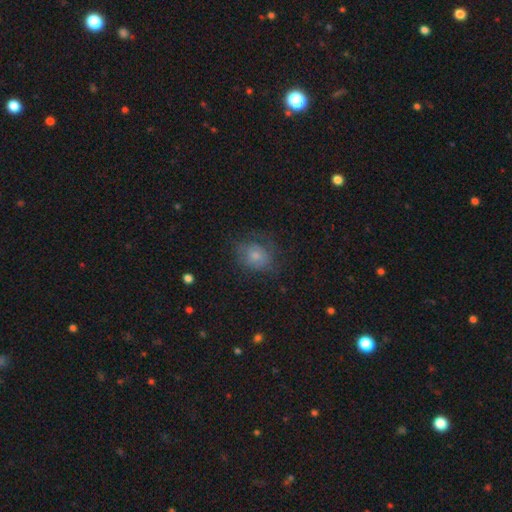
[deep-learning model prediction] Smooth or featured? smooth (62%)
How rounded? round (60%)
Merging? none (61%)